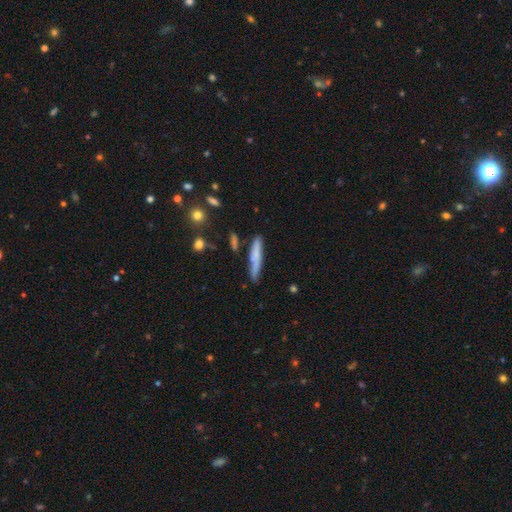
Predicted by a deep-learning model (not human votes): This appears to be a smooth galaxy with no disk features (64%) that is cigar-shaped (91%). Merging: none (70%).